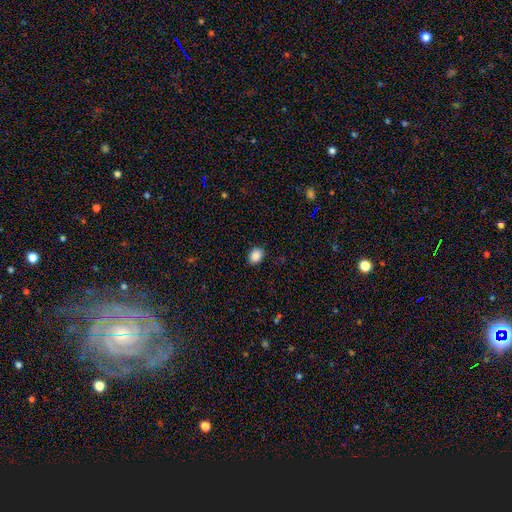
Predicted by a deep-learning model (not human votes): Morphology: type=smooth (88%); roundness=in between (63%); merging=none (89%).